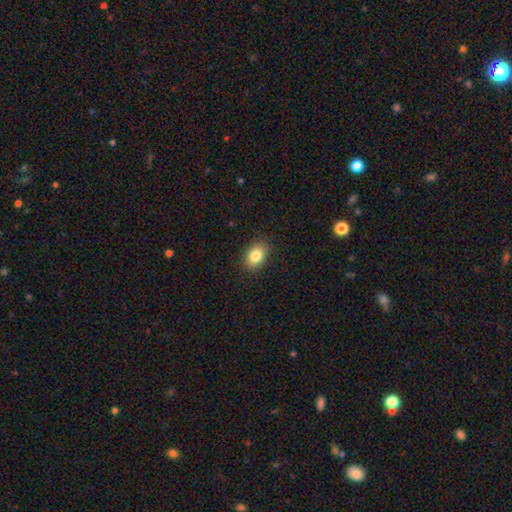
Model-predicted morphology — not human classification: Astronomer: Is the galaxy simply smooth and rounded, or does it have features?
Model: smooth — 83%.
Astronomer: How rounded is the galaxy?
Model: in between — 78%.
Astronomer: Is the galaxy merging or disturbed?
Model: none — 88%.